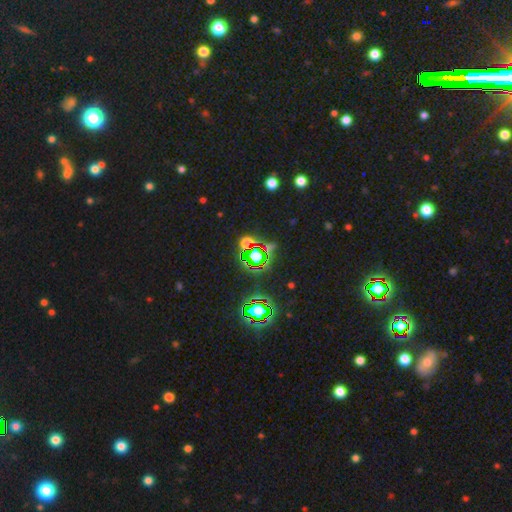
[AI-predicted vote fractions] Q: Smooth or featured?
A: star or artifact (70%); runner-up: smooth (19%)